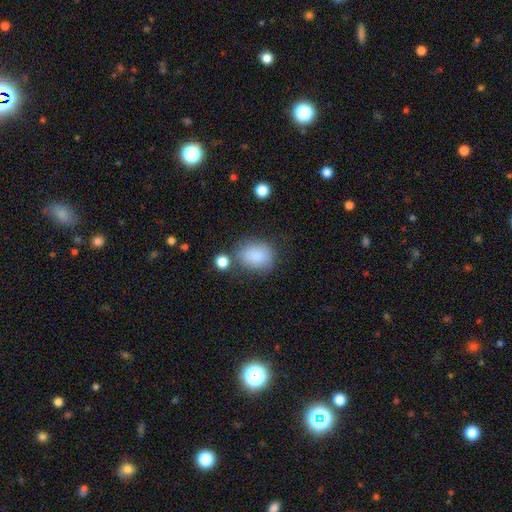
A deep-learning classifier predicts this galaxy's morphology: This appears to be a smooth galaxy with no disk features (85%) that is round (50%). Merging: none (66%).